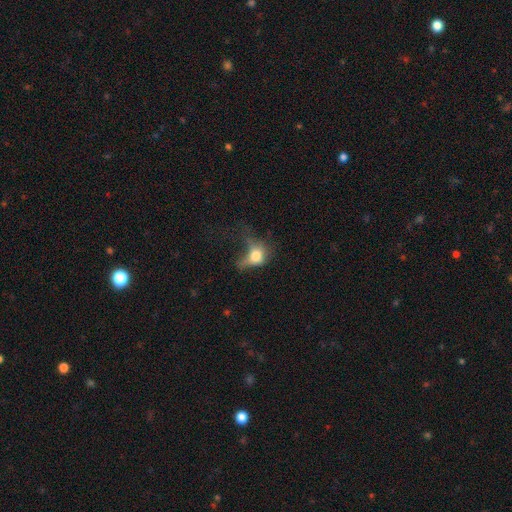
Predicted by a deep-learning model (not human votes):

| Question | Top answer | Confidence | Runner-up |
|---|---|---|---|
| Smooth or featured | smooth | 64% | featured or disk (24%) |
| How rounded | in between | 61% | round (35%) |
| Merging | major disturbance | 52% | minor disturbance (22%) |